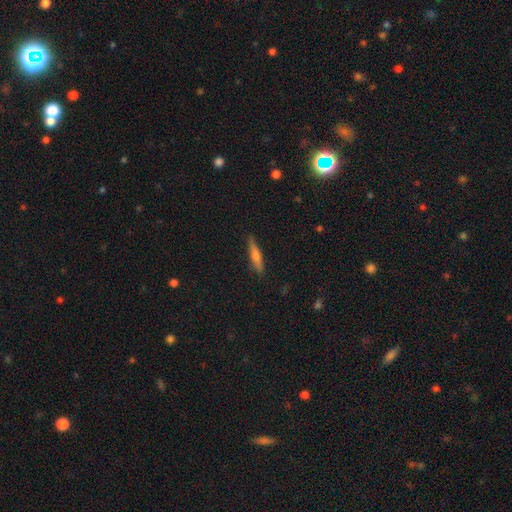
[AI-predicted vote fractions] Smooth or featured? featured or disk (49%)
Merging? none (88%)